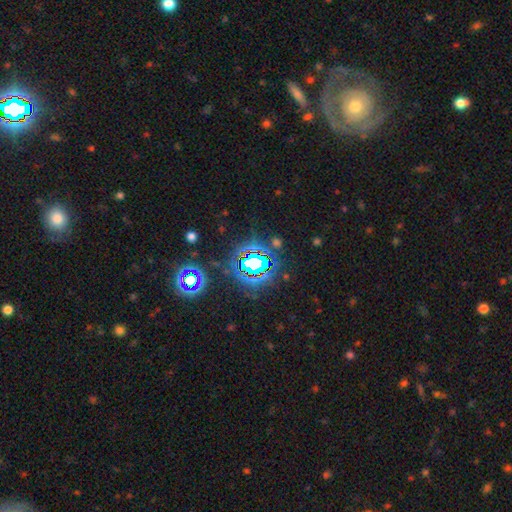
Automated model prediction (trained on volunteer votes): The model was most divided on "smooth or featured": star or artifact: 78%, smooth: 13%, featured or disk: 9%.